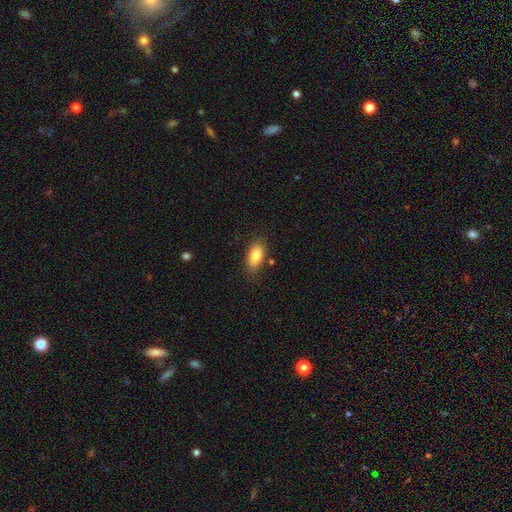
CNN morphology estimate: smooth_or_featured: smooth (p=0.82) [alt: featured or disk p=0.11]
how_rounded: in between (p=0.90) [alt: cigar-shaped p=0.06]
merging: none (p=0.81) [alt: minor disturbance p=0.13]